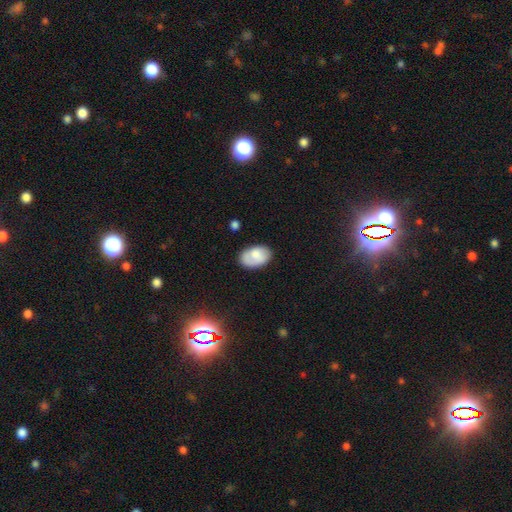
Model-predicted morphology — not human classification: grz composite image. It shows a smooth galaxy with no disk features (73%) that is in between round and cigar-shaped (89%). Merging: none (72%).